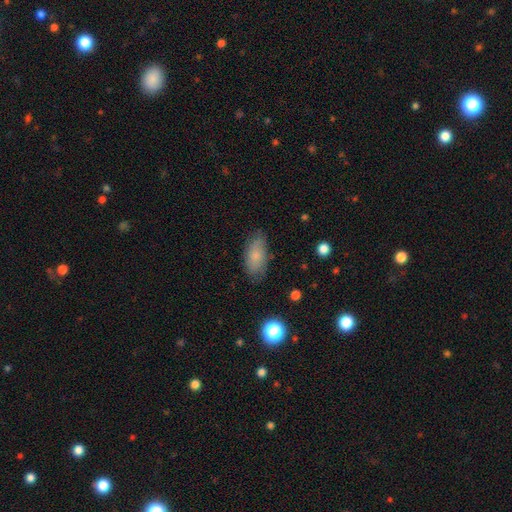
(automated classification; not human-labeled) The model was most divided on "smooth or featured": smooth: 75%, featured or disk: 17%, star or artifact: 8%. More confident: how rounded — in between (89%); merging — none (77%).